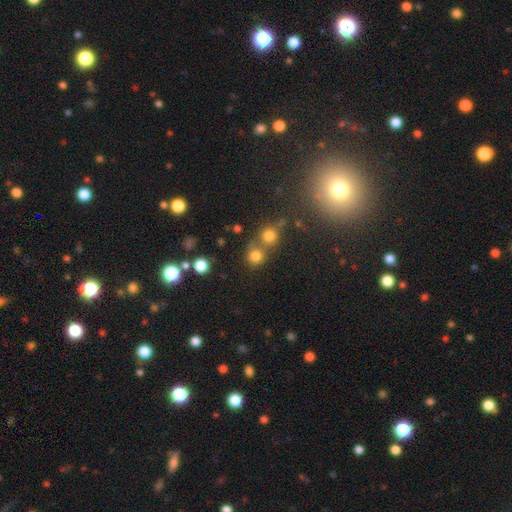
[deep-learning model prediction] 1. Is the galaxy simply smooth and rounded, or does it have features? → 76% smooth, 16% star or artifact, 7% featured or disk.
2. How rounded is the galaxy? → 89% round, 10% in between, 1% cigar-shaped.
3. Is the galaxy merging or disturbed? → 57% none, 32% merger, 8% minor disturbance, 4% major disturbance.